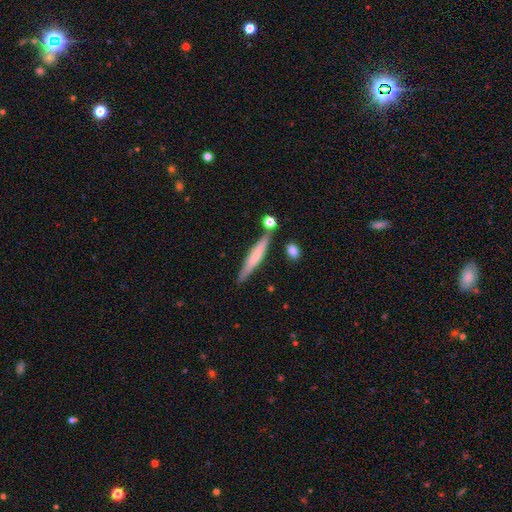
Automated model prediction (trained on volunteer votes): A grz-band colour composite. It shows a smooth galaxy with no disk features (51%) that is cigar-shaped (92%). Merging: none (78%).